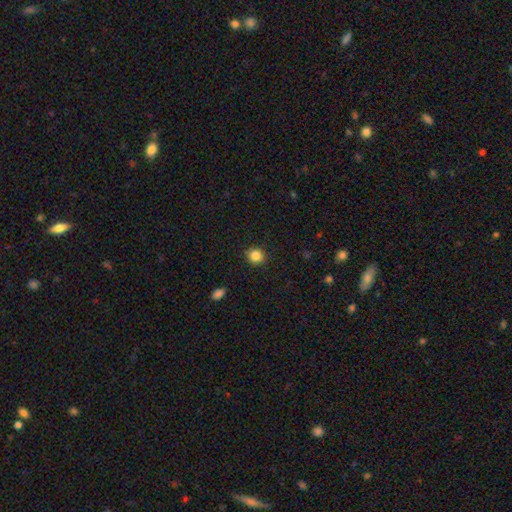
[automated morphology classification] A smooth galaxy with no disk features (85%) that is round (88%).

Vote fractions:
- Smooth or featured? smooth: 85% / star or artifact: 11% / featured or disk: 4%
- How rounded? round: 88% / in between: 11% / cigar-shaped: 1%
- Merging? none: 90% / minor disturbance: 7% / major disturbance: 2% / merger: 1%